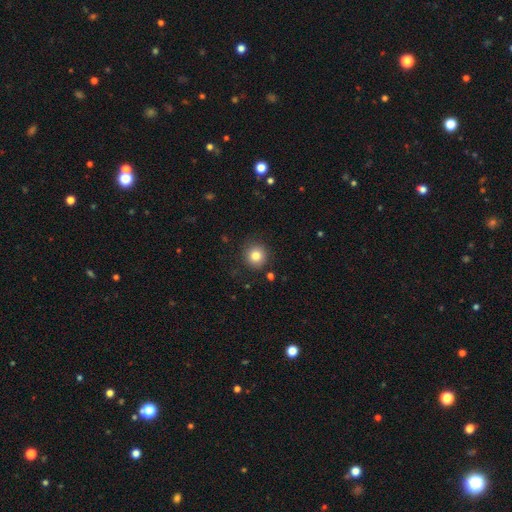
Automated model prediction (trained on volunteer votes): Smooth or featured?
  - smooth: 82% *
  - star or artifact: 11%
  - featured or disk: 7%
How rounded?
  - round: 93% *
  - in between: 6%
  - cigar-shaped: 1%
Merging?
  - none: 88% *
  - minor disturbance: 8%
  - major disturbance: 2%
  - merger: 2%